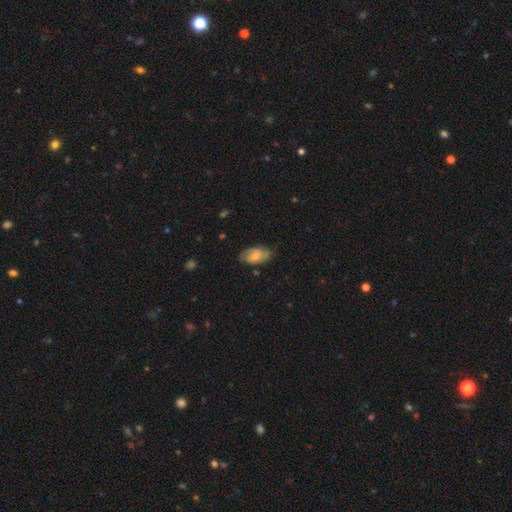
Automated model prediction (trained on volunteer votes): Q: Smooth or featured?
A: smooth (57%); runner-up: featured or disk (36%)
Q: How rounded?
A: in between (93%); runner-up: round (5%)
Q: Merging?
A: none (68%); runner-up: minor disturbance (25%)